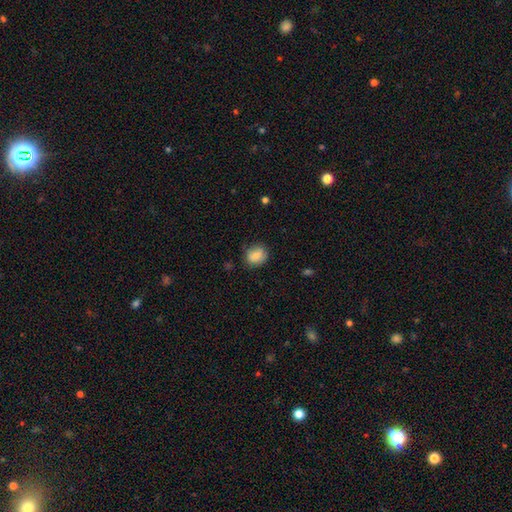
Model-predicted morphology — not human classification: A smooth galaxy with no disk features (82%) that is round (69%).

Vote fractions:
- Smooth or featured? smooth: 82% / featured or disk: 10% / star or artifact: 8%
- How rounded? round: 69% / in between: 30% / cigar-shaped: 1%
- Merging? none: 76% / minor disturbance: 18% / major disturbance: 4% / merger: 1%